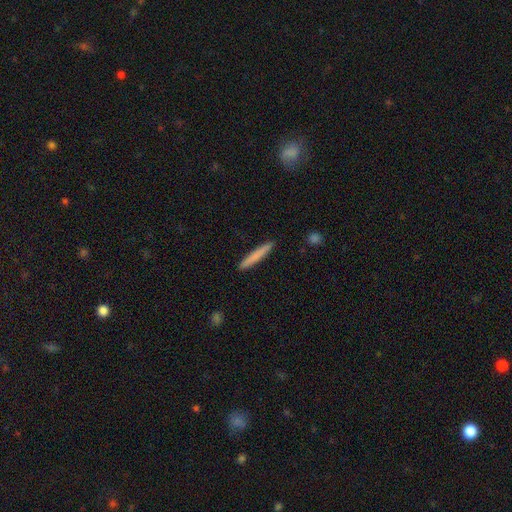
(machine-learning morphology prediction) The model was most divided on "smooth or featured": smooth: 77%, featured or disk: 18%, star or artifact: 5%. More confident: how rounded — cigar-shaped (96%); merging — none (92%).